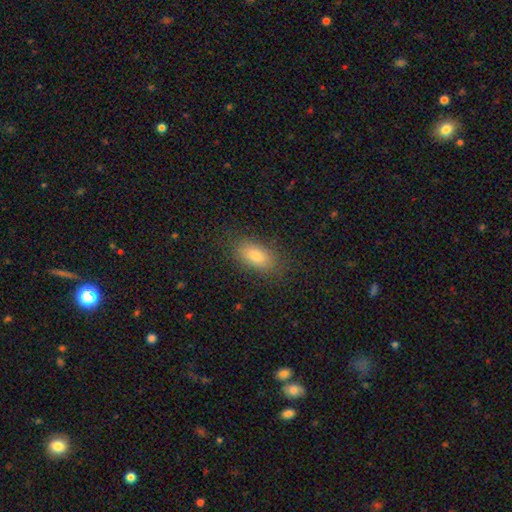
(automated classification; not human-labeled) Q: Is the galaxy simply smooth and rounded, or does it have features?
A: smooth — 82%.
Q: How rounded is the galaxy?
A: in between — 88%.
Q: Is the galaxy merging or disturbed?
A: none — 84%.